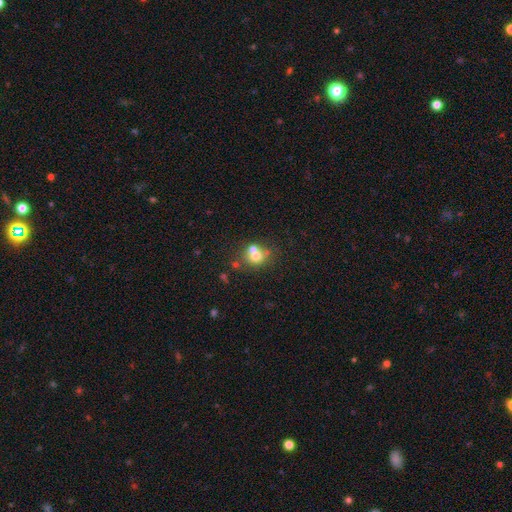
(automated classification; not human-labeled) smooth-or-featured: smooth: 66% | featured or disk: 20% | star or artifact: 14%
  how-rounded: round: 76% | in between: 23% | cigar-shaped: 1%
  merging: merger: 45% | none: 43% | minor disturbance: 9% | major disturbance: 4%